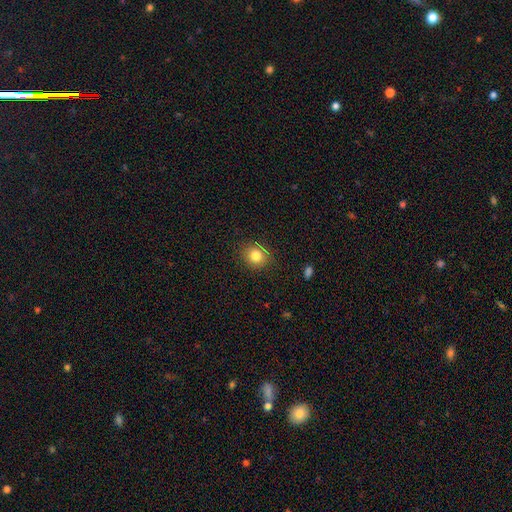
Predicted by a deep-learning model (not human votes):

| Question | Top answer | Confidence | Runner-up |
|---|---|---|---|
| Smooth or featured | smooth | 80% | star or artifact (12%) |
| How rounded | round | 80% | in between (19%) |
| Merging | none | 87% | minor disturbance (9%) |